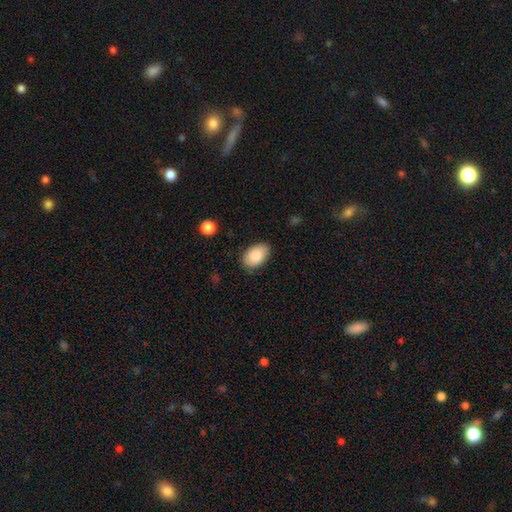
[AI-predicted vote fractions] A smooth galaxy with no disk features (87%) that is in between round and cigar-shaped (90%). Merging: none (83%).